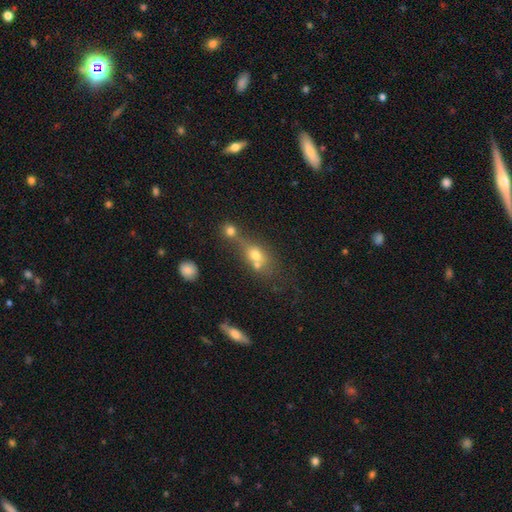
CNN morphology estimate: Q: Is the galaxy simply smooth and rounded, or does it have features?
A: smooth — 62%.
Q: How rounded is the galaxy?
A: round — 49%.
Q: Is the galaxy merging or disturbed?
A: merger — 56%.